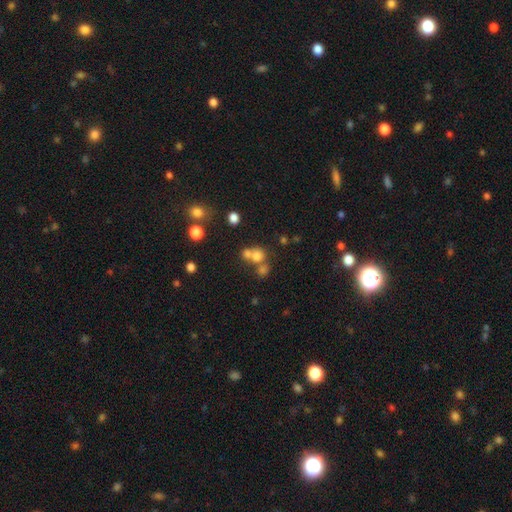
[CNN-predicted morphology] Smooth or featured? Predicted: smooth (p=0.70). How rounded? Predicted: round (p=0.81). Merging? Predicted: merger (p=0.48).